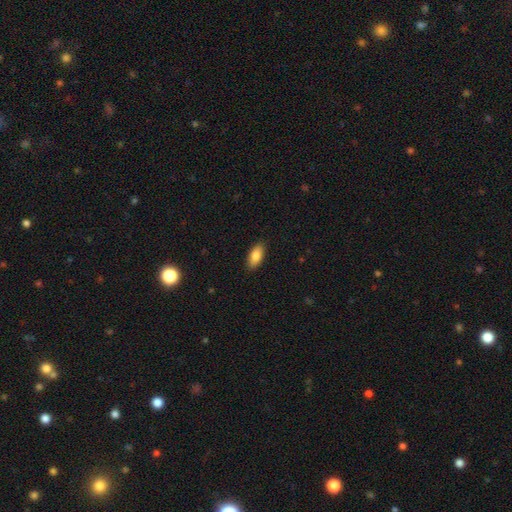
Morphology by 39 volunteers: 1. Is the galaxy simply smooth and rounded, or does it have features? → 92% smooth, 8% star or artifact, 0% featured or disk.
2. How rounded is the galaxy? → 92% in between, 8% cigar-shaped, 0% round.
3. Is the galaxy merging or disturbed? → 92% none, 6% minor disturbance, 3% major disturbance, 0% merger.